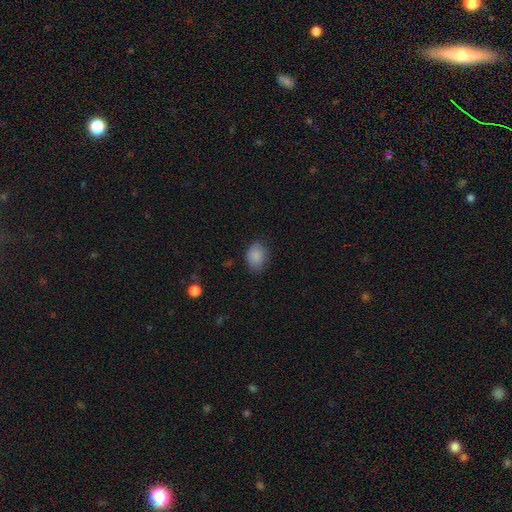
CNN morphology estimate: A smooth galaxy with no disk features (87%) that is in between round and cigar-shaped (64%). Merging: none (76%).